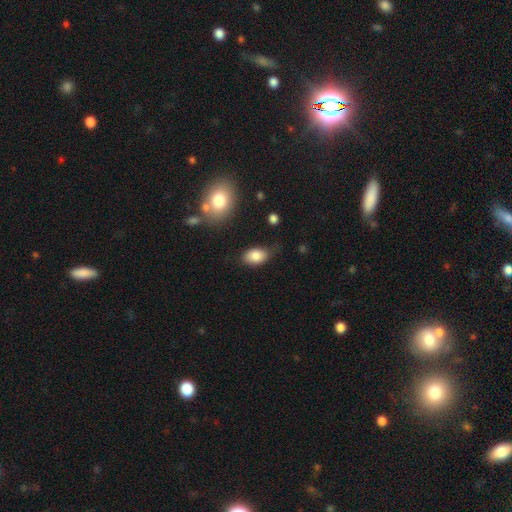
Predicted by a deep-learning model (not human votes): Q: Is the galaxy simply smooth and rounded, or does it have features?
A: smooth — 84%.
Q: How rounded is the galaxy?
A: in between — 87%.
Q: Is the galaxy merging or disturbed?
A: none — 70%.